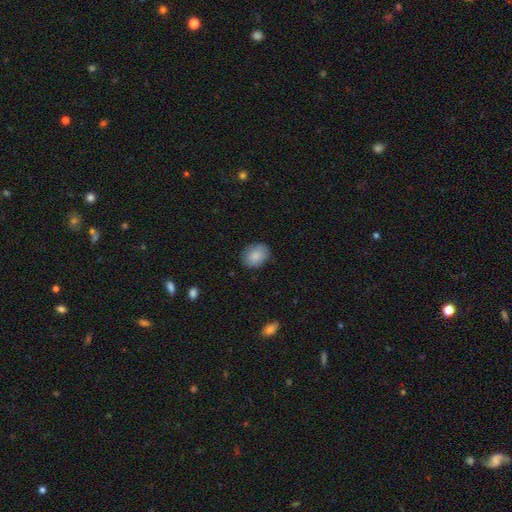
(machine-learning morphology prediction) smooth 88%, star or artifact 7%, featured or disk 5%. Down the decision tree: how rounded — in between (59%); merging — none (83%).